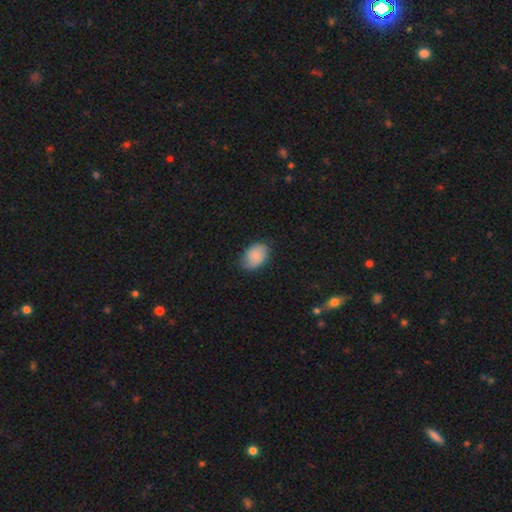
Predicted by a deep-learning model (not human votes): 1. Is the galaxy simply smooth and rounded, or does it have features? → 77% smooth, 16% featured or disk, 7% star or artifact.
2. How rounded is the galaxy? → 82% in between, 16% round, 1% cigar-shaped.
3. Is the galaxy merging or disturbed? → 75% none, 20% minor disturbance, 4% major disturbance, 1% merger.